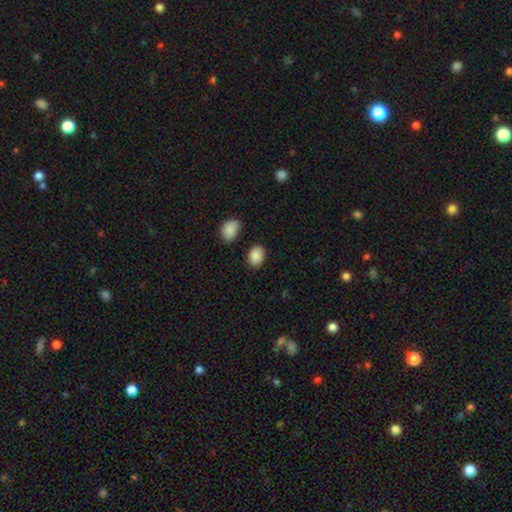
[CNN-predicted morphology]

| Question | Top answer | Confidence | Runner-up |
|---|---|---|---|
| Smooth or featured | smooth | 88% | star or artifact (8%) |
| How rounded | in between | 70% | round (29%) |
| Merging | none | 83% | minor disturbance (11%) |